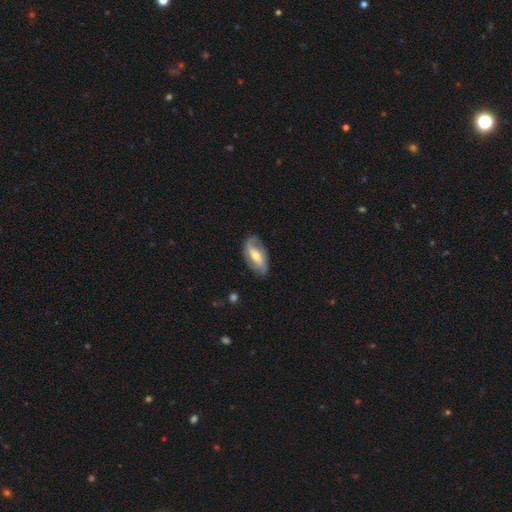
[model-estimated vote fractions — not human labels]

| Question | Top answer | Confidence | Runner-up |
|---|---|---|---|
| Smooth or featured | featured or disk | 69% | smooth (25%) |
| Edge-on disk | no | 91% | yes (9%) |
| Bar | strong | 40% | weak (38%) |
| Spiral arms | yes | 85% | no (15%) |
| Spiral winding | loose | 43% | medium (36%) |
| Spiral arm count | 2 | 78% | can't tell (10%) |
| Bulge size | moderate | 60% | small (31%) |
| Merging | none | 76% | minor disturbance (17%) |